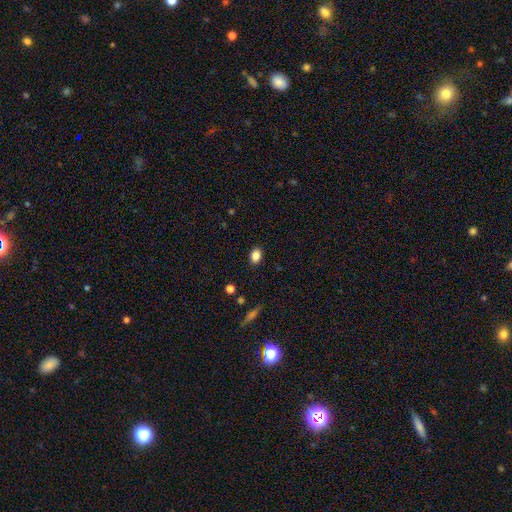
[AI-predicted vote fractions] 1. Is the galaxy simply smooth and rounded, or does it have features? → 85% smooth, 10% star or artifact, 5% featured or disk.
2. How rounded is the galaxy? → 70% in between, 28% round, 1% cigar-shaped.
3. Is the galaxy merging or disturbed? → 88% none, 9% minor disturbance, 2% major disturbance, 1% merger.